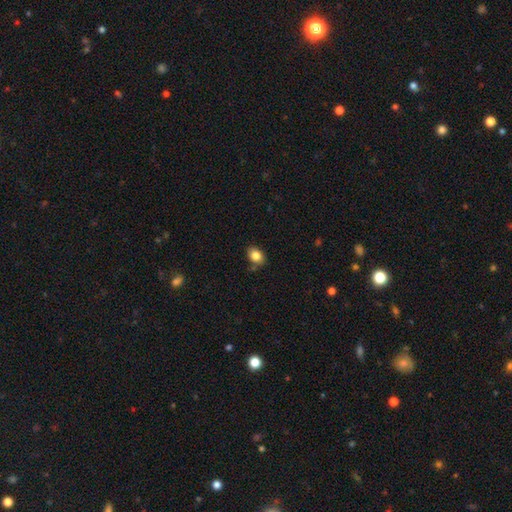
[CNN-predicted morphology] A smooth galaxy with no disk features (83%) that is in between round and cigar-shaped (70%). Merging: none (75%).